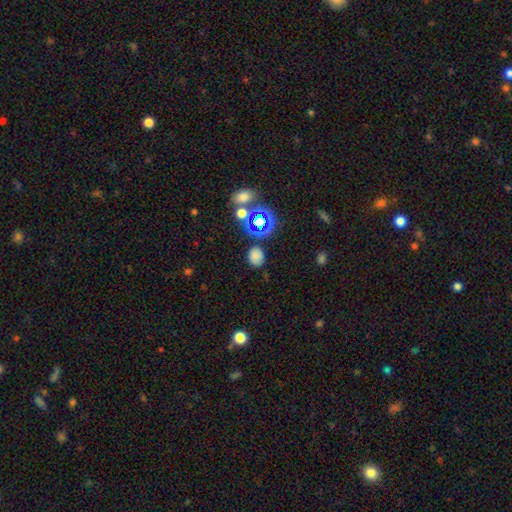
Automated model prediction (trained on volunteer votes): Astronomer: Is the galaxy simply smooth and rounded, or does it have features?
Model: smooth — 71%.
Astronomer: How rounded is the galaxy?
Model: round — 54% (runner-up: in between, 44%).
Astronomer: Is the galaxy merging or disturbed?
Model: none — 79%.